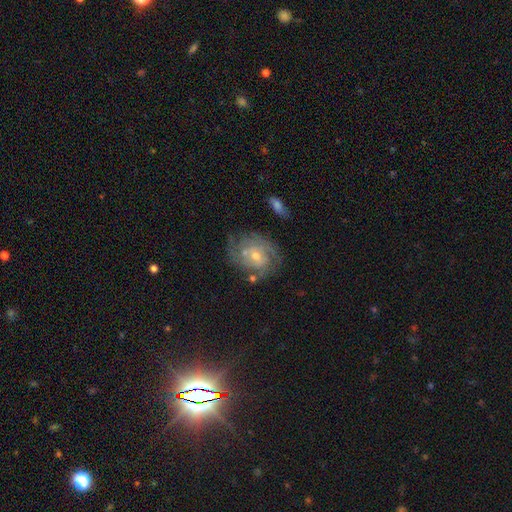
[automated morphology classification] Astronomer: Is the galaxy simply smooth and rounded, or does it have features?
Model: featured or disk — 78%.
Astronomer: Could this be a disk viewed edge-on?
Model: no — 97%.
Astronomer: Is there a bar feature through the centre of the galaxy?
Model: no — 63%.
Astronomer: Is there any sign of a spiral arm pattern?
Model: yes — 90%.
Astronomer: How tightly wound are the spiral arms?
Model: tight — 61%.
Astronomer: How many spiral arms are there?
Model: can't tell — 37% (runner-up: 2, 29%).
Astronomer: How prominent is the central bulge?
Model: small — 48%, tied with moderate at 48%.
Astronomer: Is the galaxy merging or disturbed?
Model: none — 67%.